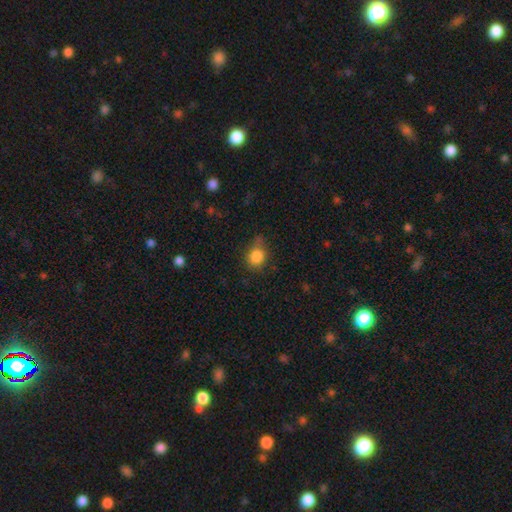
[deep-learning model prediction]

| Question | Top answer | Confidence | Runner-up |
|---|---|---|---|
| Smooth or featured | smooth | 83% | star or artifact (10%) |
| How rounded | round | 71% | in between (27%) |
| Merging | none | 57% | minor disturbance (31%) |